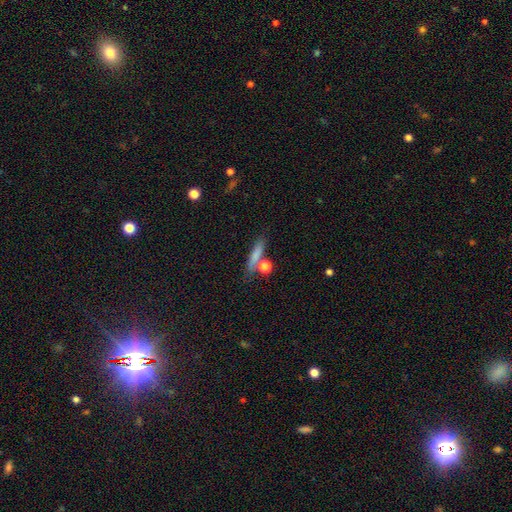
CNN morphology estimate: This is likely a smooth galaxy (75%). How rounded: likely cigar-shaped (74%). Merging: likely none (72%).